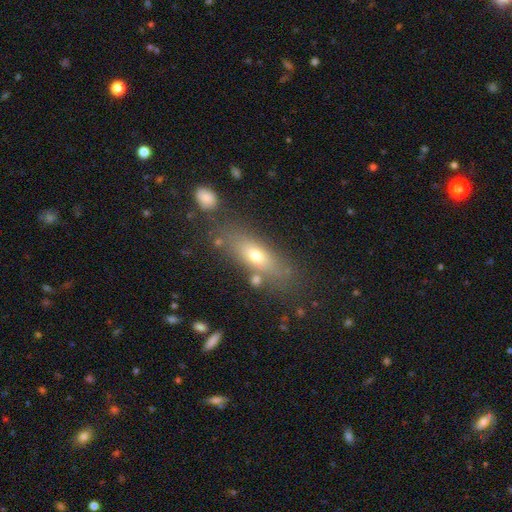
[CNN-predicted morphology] This appears to be a smooth galaxy with no disk features (65%) that is in between round and cigar-shaped (55%). Merging: none (73%).